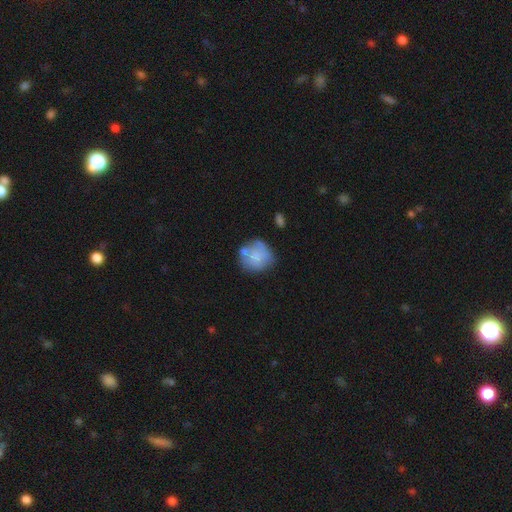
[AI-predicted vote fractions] smooth_or_featured: smooth (p=0.64) [alt: featured or disk p=0.28]
how_rounded: round (p=0.84) [alt: in between p=0.15]
merging: none (p=0.51) [alt: minor disturbance p=0.22]